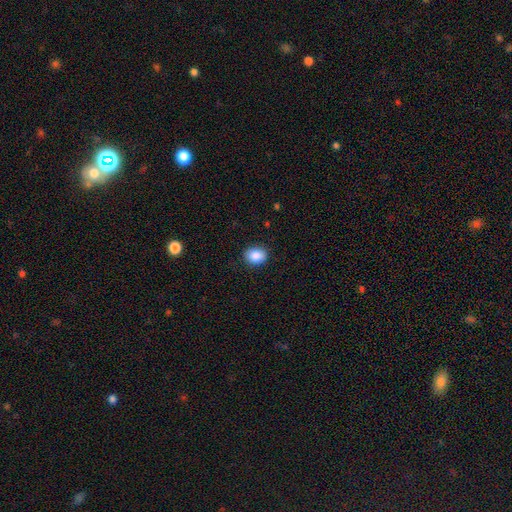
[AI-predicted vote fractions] Q: Smooth or featured?
A: smooth (88%); runner-up: star or artifact (8%)
Q: How rounded?
A: in between (50%); runner-up: round (49%)
Q: Merging?
A: none (88%); runner-up: minor disturbance (9%)